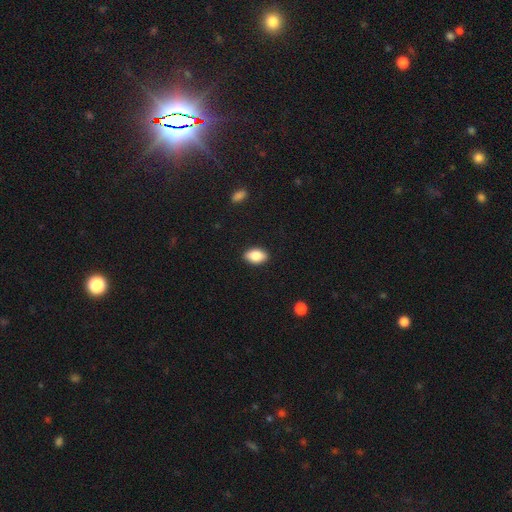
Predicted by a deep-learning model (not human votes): A smooth galaxy with no disk features (87%) that is in between round and cigar-shaped (91%). Merging: none (90%).